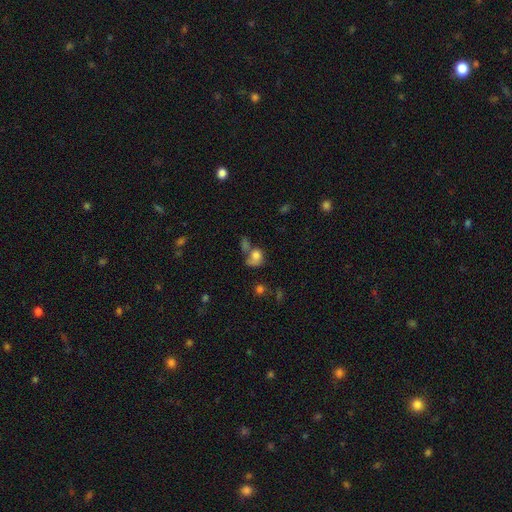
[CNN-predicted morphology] type=smooth (71%); roundness=round (51%); merging=merger (37%).